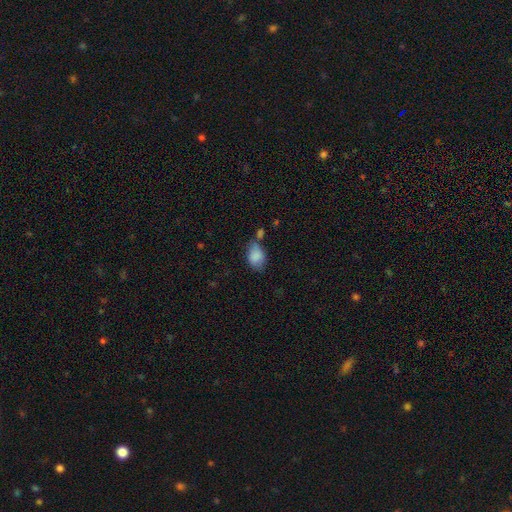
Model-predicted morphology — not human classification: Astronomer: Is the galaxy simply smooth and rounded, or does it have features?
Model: smooth — 85%.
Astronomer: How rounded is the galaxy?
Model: in between — 83%.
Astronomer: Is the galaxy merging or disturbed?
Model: none — 47% (runner-up: minor disturbance, 28%).